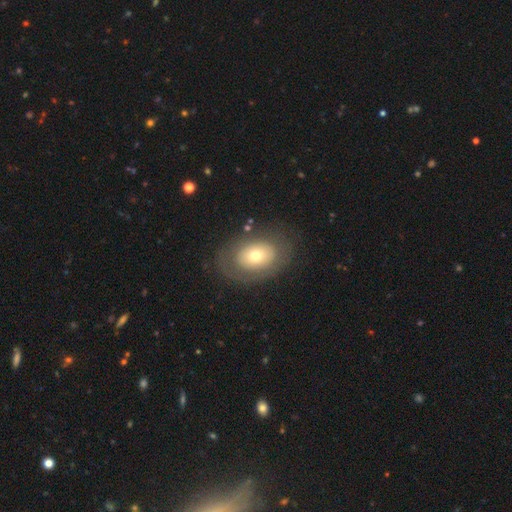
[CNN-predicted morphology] smooth_or_featured: smooth (p=0.57) [alt: featured or disk p=0.34]
how_rounded: in between (p=0.73) [alt: round p=0.26]
merging: none (p=0.77) [alt: minor disturbance p=0.13]